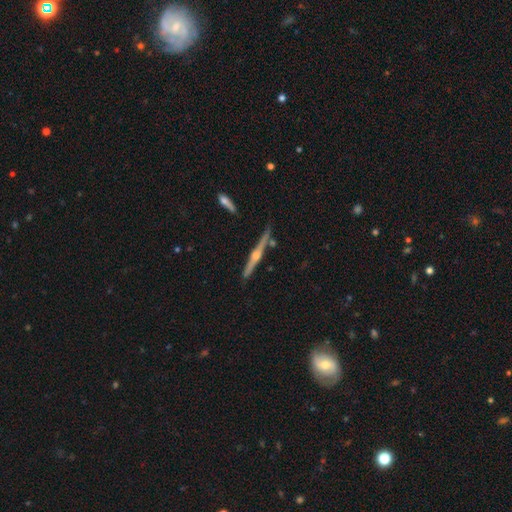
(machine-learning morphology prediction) Smooth or featured: featured or disk — 81% (smooth — 13%)
Edge-on disk: yes — 98% (no — 2%)
Edge-on bulge: rounded — 88% (boxy — 6%)
Merging: none — 87% (minor disturbance — 8%)